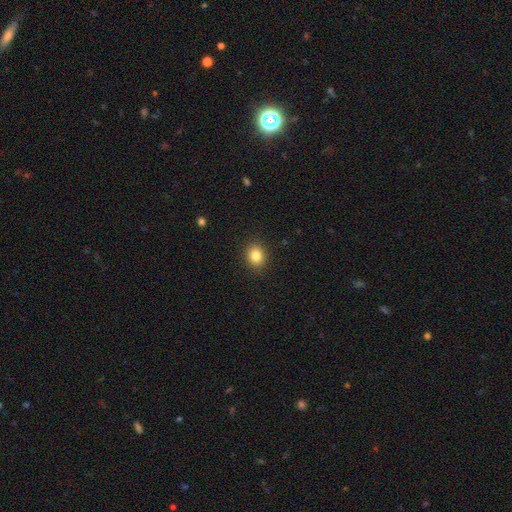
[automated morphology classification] This is clearly a smooth galaxy (84%). How rounded: possibly round (59%). Merging: clearly none (90%).